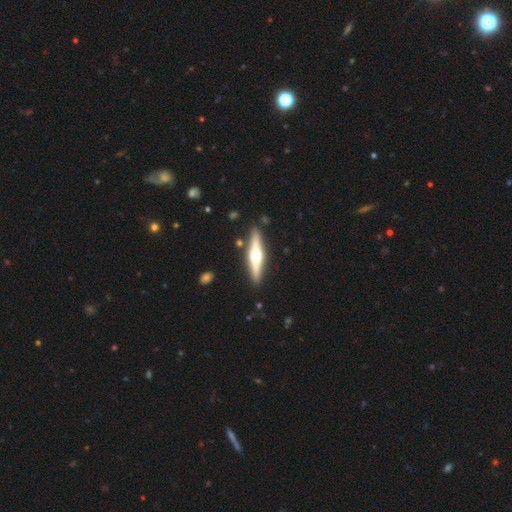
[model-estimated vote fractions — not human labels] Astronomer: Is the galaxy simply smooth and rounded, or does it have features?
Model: featured or disk — 69%.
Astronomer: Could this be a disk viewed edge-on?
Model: yes — 96%.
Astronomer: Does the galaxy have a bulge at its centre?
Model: rounded — 95%.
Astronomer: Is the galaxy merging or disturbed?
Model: none — 89%.